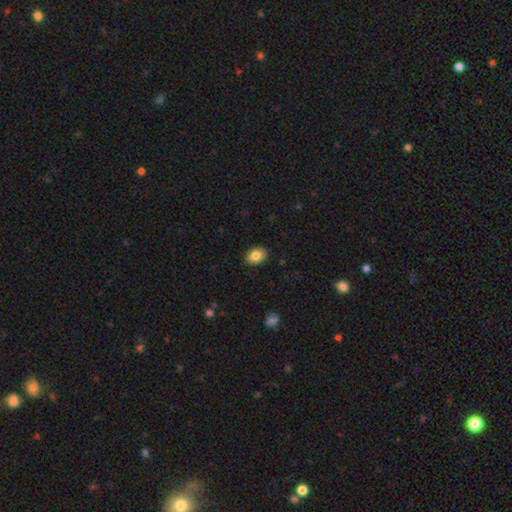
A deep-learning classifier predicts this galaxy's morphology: smooth_or_featured: smooth (p=0.85) [alt: star or artifact p=0.08]
how_rounded: in between (p=0.72) [alt: round p=0.27]
merging: none (p=0.89) [alt: minor disturbance p=0.08]